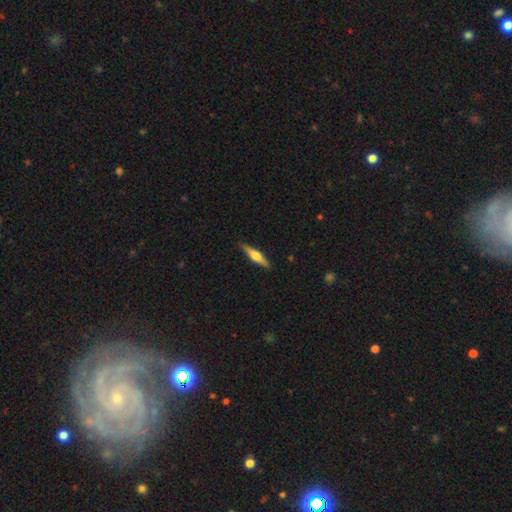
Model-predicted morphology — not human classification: This is possibly a featured or disk galaxy (58%). It is clearly viewed edge-on (96%). Edge-on bulge: clearly rounded (89%). Merging: clearly none (90%).